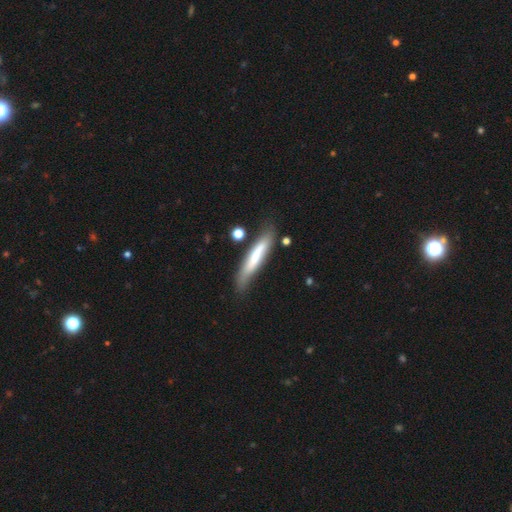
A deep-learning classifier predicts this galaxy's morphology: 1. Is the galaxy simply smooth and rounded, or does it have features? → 59% smooth, 34% featured or disk, 7% star or artifact.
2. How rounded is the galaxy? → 90% cigar-shaped, 8% in between, 1% round.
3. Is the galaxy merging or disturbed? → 71% none, 20% minor disturbance, 5% major disturbance, 4% merger.